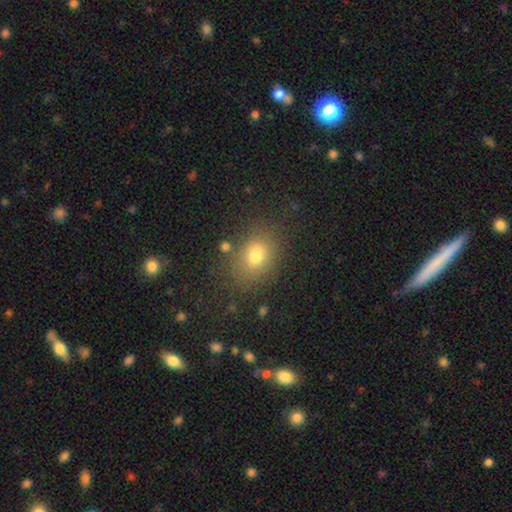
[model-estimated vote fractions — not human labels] Smooth or featured? smooth (73%)
How rounded? in between (58%)
Merging? none (81%)